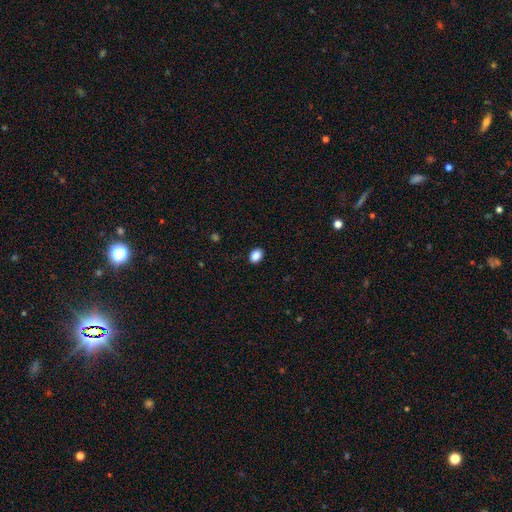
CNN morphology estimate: A smooth galaxy with no disk features (88%) that is in between round and cigar-shaped (73%).

Vote fractions:
- Smooth or featured? smooth: 88% / star or artifact: 9% / featured or disk: 3%
- How rounded? in between: 73% / round: 26% / cigar-shaped: 1%
- Merging? none: 89% / minor disturbance: 8% / major disturbance: 2% / merger: 1%